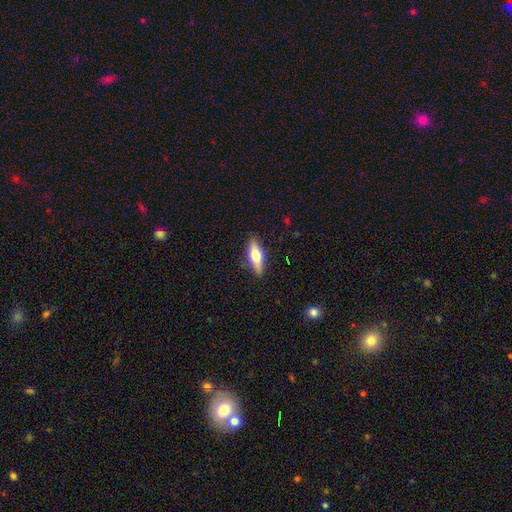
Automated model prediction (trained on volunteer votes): Q: Smooth or featured?
A: smooth (55%); runner-up: featured or disk (38%)
Q: How rounded?
A: in between (56%); runner-up: cigar-shaped (41%)
Q: Merging?
A: none (86%); runner-up: minor disturbance (10%)